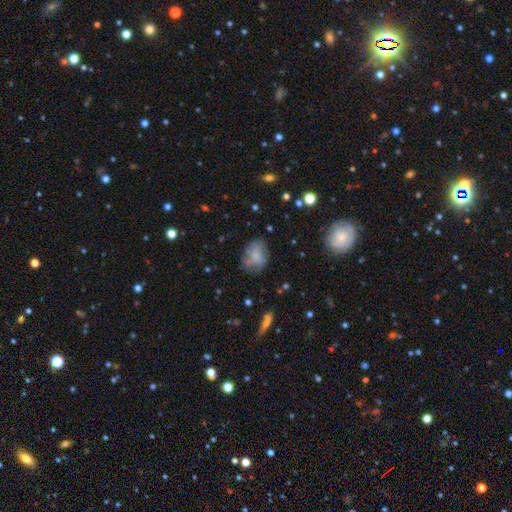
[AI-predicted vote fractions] Overall: smooth (64%; featured or disk 25%). How rounded: in between (70%). Merging: none (58%; minor disturbance 25%).